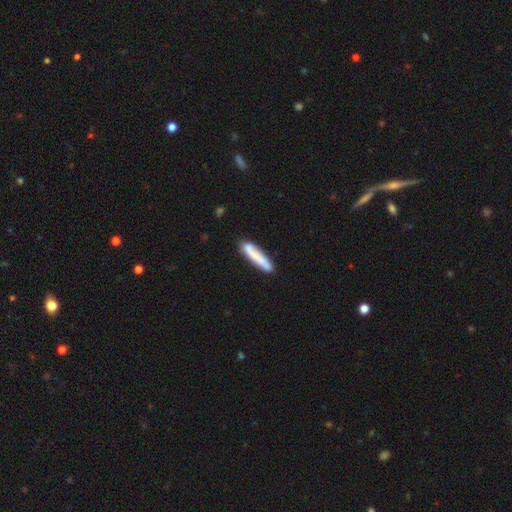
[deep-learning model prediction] smooth_or_featured: smooth (p=0.72) [alt: featured or disk p=0.22]
how_rounded: cigar-shaped (p=0.89) [alt: in between p=0.10]
merging: none (p=0.79) [alt: minor disturbance p=0.14]